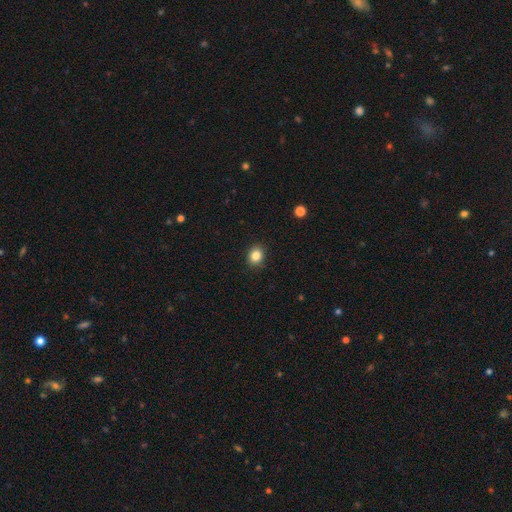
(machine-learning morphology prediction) A smooth galaxy with no disk features (84%) that is round (64%).

Vote fractions:
- Smooth or featured? smooth: 84% / star or artifact: 10% / featured or disk: 5%
- How rounded? round: 64% / in between: 35% / cigar-shaped: 1%
- Merging? none: 90% / minor disturbance: 7% / major disturbance: 2% / merger: 1%